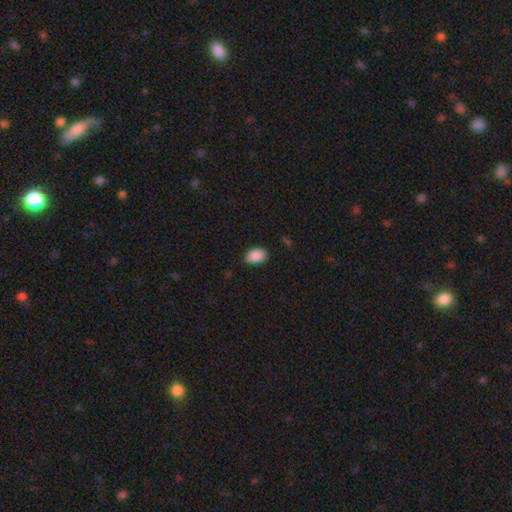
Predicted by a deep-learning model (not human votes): Smooth or featured: smooth — 90% (star or artifact — 7%)
How rounded: in between — 87% (round — 12%)
Merging: none — 86% (minor disturbance — 11%)